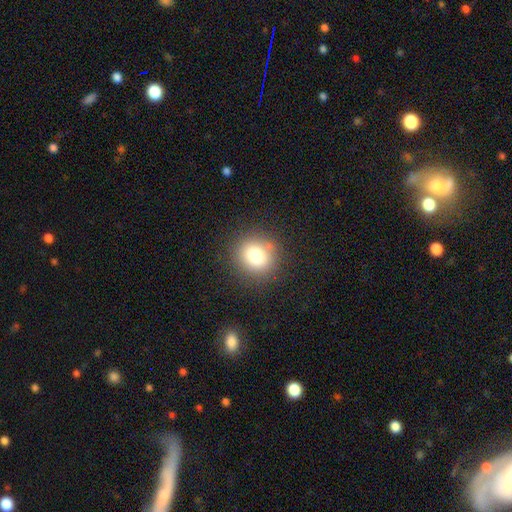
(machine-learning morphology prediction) A smooth galaxy with no disk features (78%) that is round (86%). Merging: none (86%).